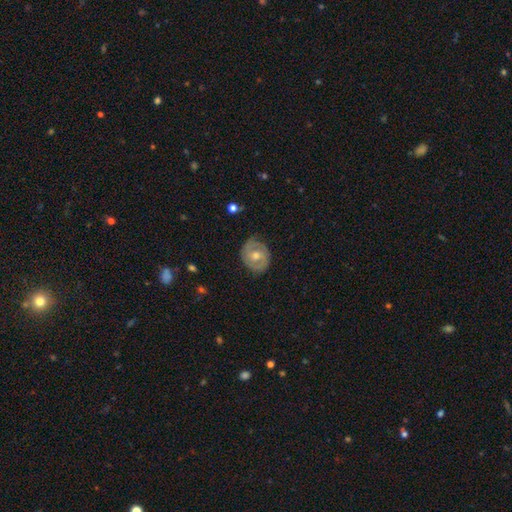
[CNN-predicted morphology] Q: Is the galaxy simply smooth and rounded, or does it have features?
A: featured or disk — 69%.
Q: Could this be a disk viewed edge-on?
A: no — 97%.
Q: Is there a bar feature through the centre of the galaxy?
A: no — 58%.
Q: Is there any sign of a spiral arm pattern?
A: yes — 80%.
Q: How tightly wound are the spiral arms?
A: tight — 53%.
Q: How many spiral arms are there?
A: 2 — 76%.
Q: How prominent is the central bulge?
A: moderate — 70%.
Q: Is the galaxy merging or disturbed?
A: none — 82%.